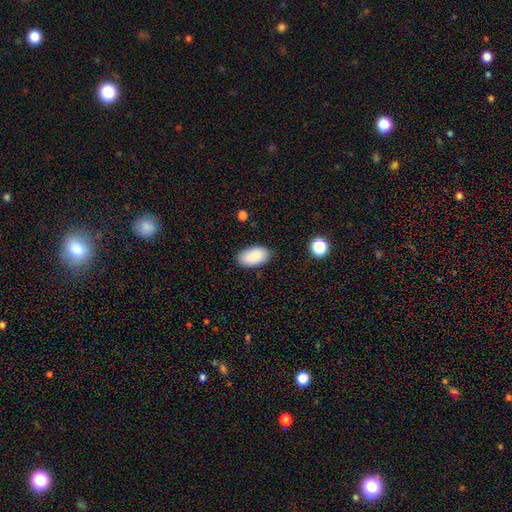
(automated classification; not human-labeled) smooth-or-featured: smooth: 89% | star or artifact: 7% | featured or disk: 4%
  how-rounded: in between: 96% | round: 3% | cigar-shaped: 2%
  merging: none: 85% | minor disturbance: 11% | major disturbance: 2% | merger: 1%